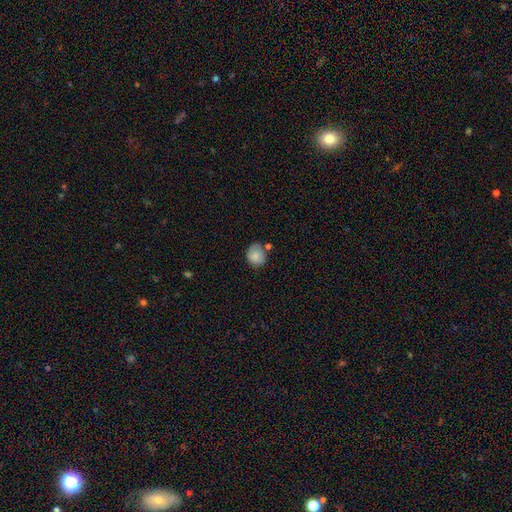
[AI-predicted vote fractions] smooth_or_featured: smooth (p=0.85) [alt: star or artifact p=0.08]
how_rounded: round (p=0.71) [alt: in between p=0.28]
merging: none (p=0.63) [alt: minor disturbance p=0.21]